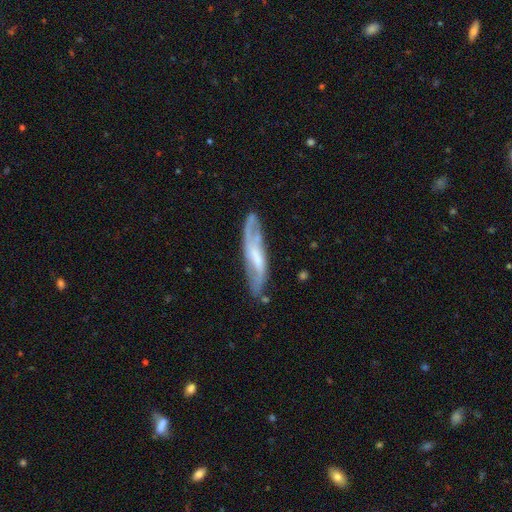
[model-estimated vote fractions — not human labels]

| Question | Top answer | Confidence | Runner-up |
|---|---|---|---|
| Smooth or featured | featured or disk | 73% | smooth (21%) |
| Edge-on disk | no | 66% | yes (34%) |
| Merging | none | 66% | minor disturbance (21%) |